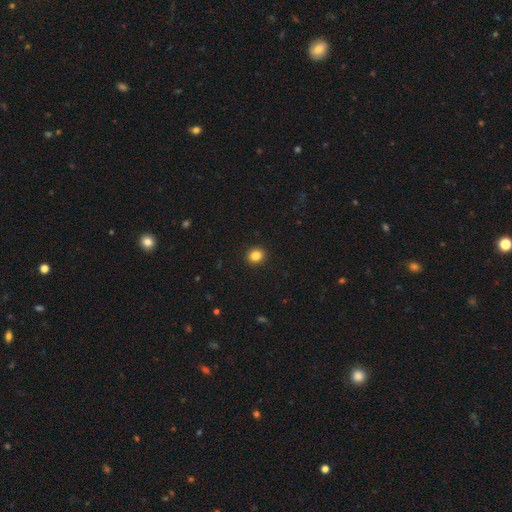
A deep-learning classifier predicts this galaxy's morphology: Smooth or featured?
  - smooth: 85% *
  - star or artifact: 11%
  - featured or disk: 4%
How rounded?
  - round: 80% *
  - in between: 20%
  - cigar-shaped: 1%
Merging?
  - none: 93% *
  - minor disturbance: 5%
  - major disturbance: 2%
  - merger: 1%